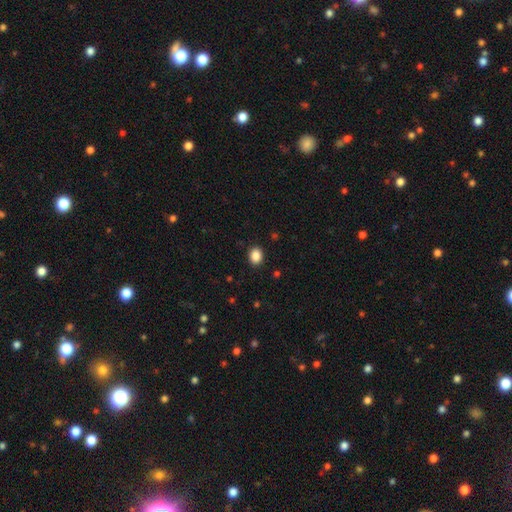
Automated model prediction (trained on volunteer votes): smooth 88%, star or artifact 9%, featured or disk 3%. Down the decision tree: how rounded — round (53%); merging — none (90%).